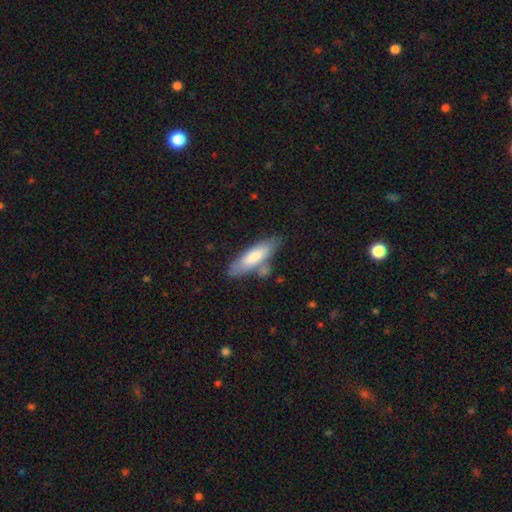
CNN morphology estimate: Overall: smooth (74%). How rounded: cigar-shaped (57%; in between 42%). Merging: none (67%).